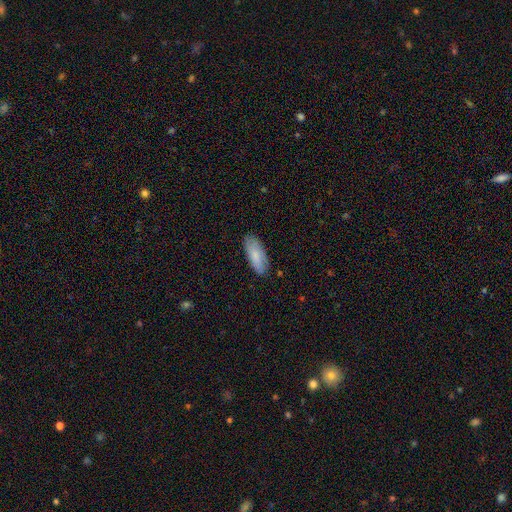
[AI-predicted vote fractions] Smooth or featured?
  - smooth: 81% *
  - featured or disk: 13%
  - star or artifact: 6%
How rounded?
  - in between: 78% *
  - cigar-shaped: 20%
  - round: 2%
Merging?
  - none: 82% *
  - minor disturbance: 14%
  - major disturbance: 3%
  - merger: 1%